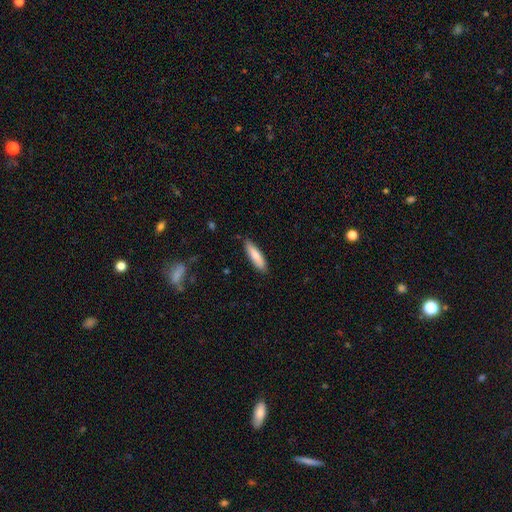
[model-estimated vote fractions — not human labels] This is likely a smooth galaxy (79%). How rounded: likely cigar-shaped (64%). Merging: clearly none (85%).